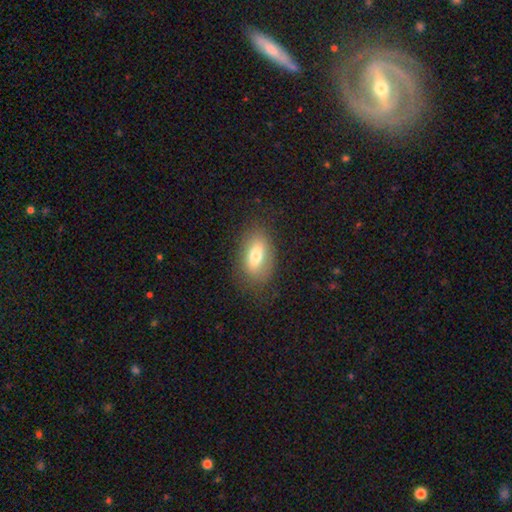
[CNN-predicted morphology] smooth 73%, featured or disk 19%, star or artifact 8%. Down the decision tree: how rounded — in between (89%); merging — none (77%).